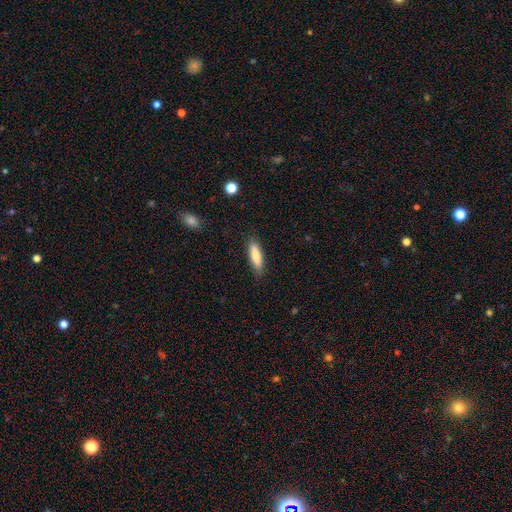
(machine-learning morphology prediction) A smooth galaxy with no disk features (82%) that is cigar-shaped (62%).

Vote fractions:
- Smooth or featured? smooth: 82% / featured or disk: 12% / star or artifact: 6%
- How rounded? cigar-shaped: 62% / in between: 37% / round: 2%
- Merging? none: 86% / minor disturbance: 10% / major disturbance: 2% / merger: 1%